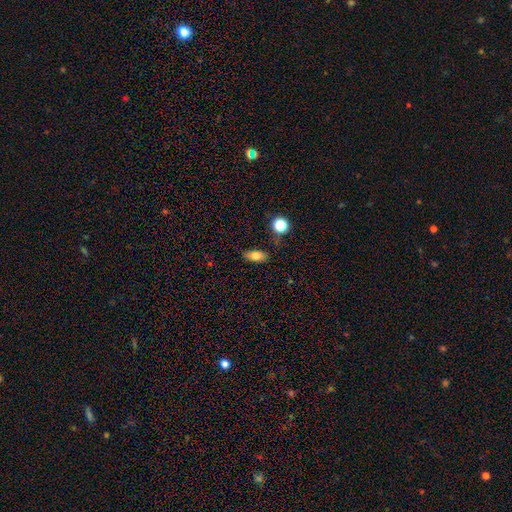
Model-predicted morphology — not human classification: type=smooth (78%); roundness=in between (83%); merging=none (78%).